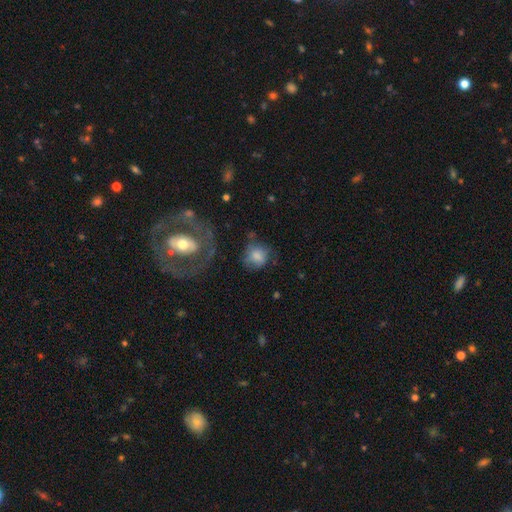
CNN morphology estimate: This is likely a smooth galaxy (70%). How rounded: likely round (73%). Merging: possibly none (48%).